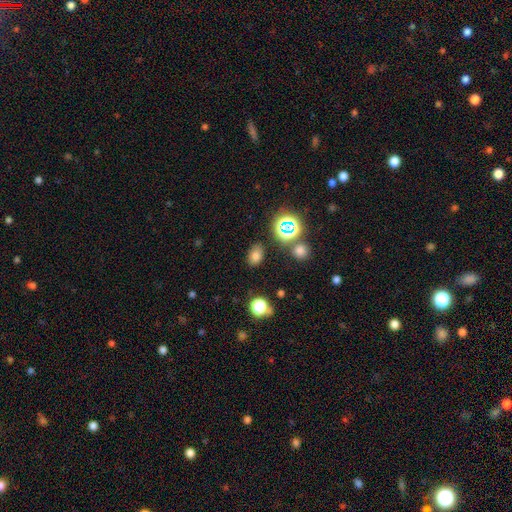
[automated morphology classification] Smooth or featured? smooth (72%)
How rounded? in between (76%)
Merging? none (83%)